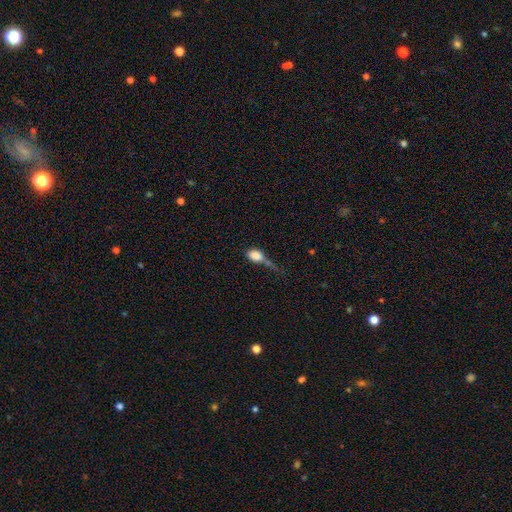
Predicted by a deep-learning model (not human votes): smooth_or_featured: smooth (p=0.73) [alt: featured or disk p=0.17]
how_rounded: in between (p=0.77) [alt: round p=0.16]
merging: major disturbance (p=0.37) [alt: minor disturbance p=0.25]